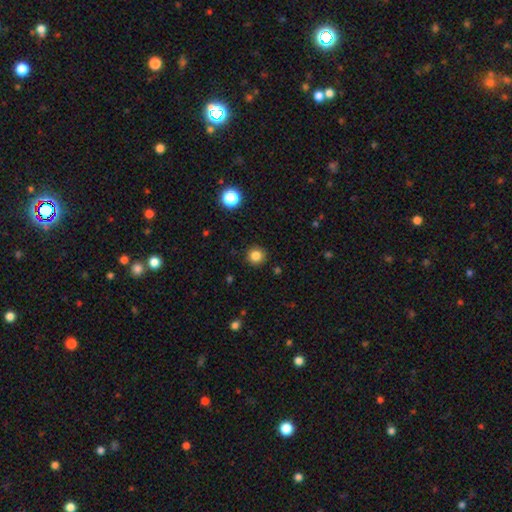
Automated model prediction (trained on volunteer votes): This appears to be a smooth galaxy with no disk features (84%) that is round (94%). Merging: none (91%).